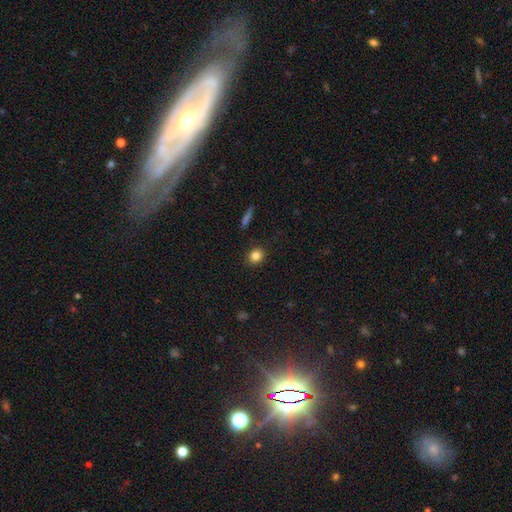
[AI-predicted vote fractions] Smooth or featured? Predicted: smooth (p=0.84). How rounded? Predicted: round (p=0.73). Merging? Predicted: none (p=0.89).